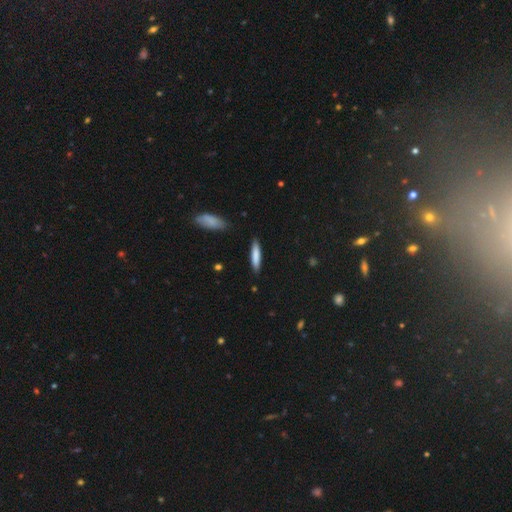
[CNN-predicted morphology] Smooth or featured? smooth (80%)
How rounded? cigar-shaped (84%)
Merging? none (87%)